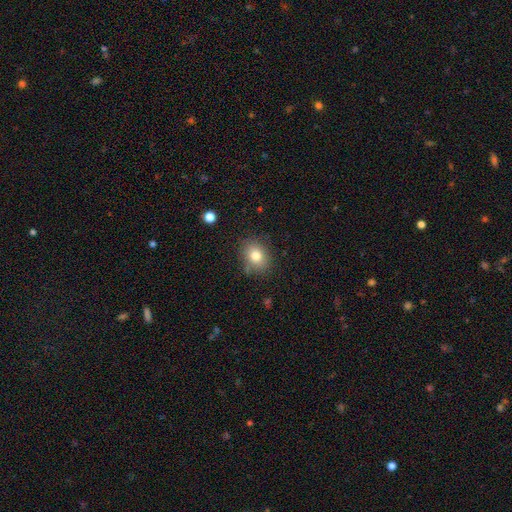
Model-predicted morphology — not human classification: This is likely a smooth galaxy (79%). How rounded: possibly in between (54%). Merging: clearly none (80%).